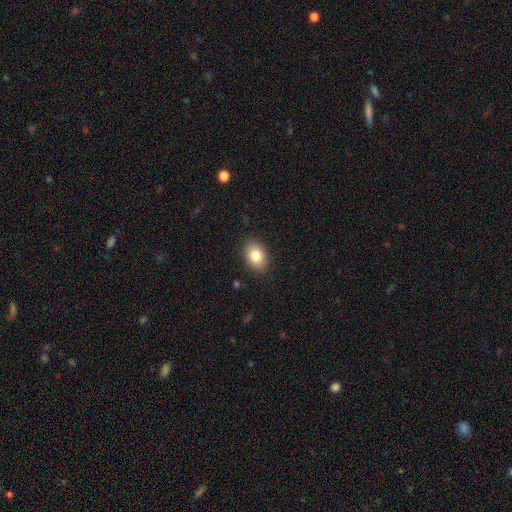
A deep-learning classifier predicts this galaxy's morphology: A smooth galaxy with no disk features (83%) that is in between round and cigar-shaped (80%). Merging: none (87%).